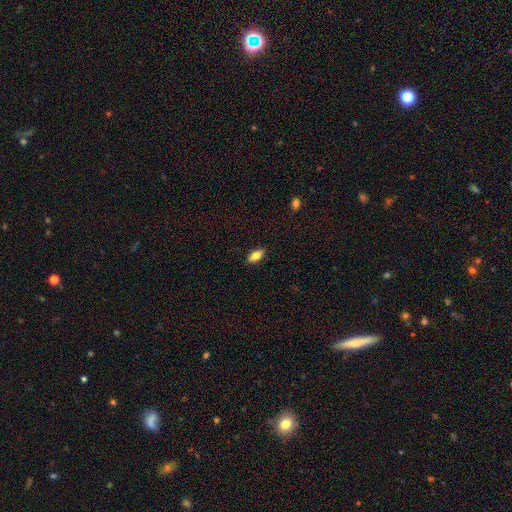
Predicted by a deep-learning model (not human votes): Smooth or featured? smooth (80%)
How rounded? in between (87%)
Merging? none (88%)